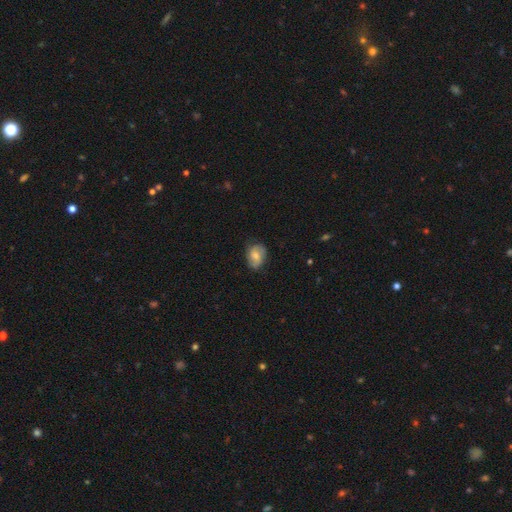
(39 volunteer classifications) This appears to be a smooth galaxy with no disk features (67%) that is in between round and cigar-shaped (58%). Merging: none (65%).